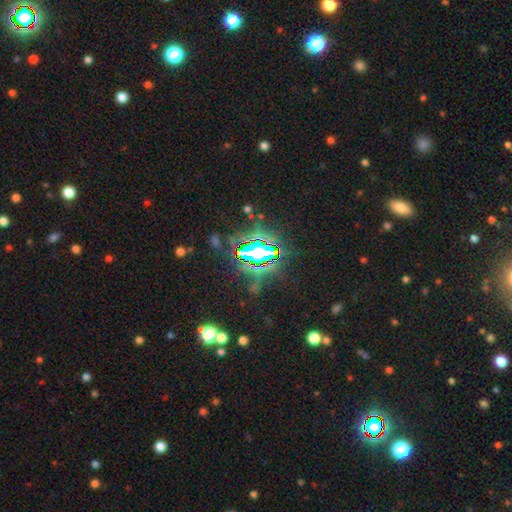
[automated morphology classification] Smooth or featured? star or artifact (77%)